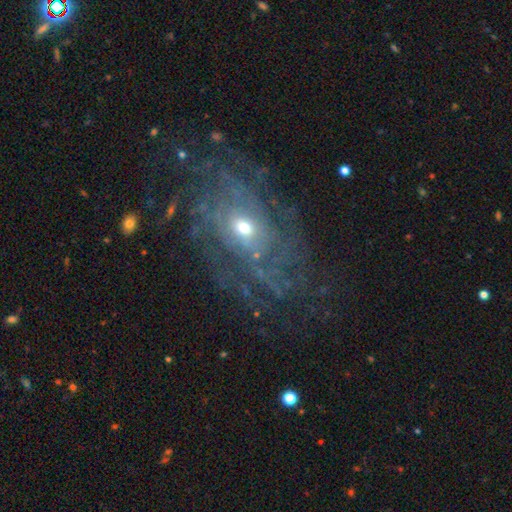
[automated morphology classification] type=featured or disk (81%); edge-on=no (95%); bar=no (73%); spiral arms=yes (87%); winding=tight (60%); arm count=can't tell (45%); bulge=moderate (50%); merging=none (70%).